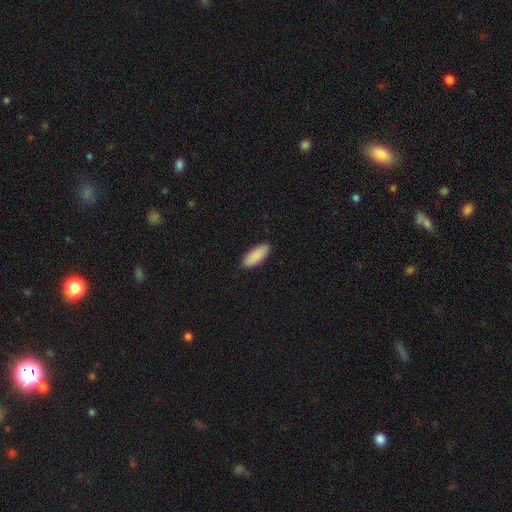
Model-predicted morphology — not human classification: Smooth or featured? smooth (91%)
How rounded? in between (76%)
Merging? none (90%)